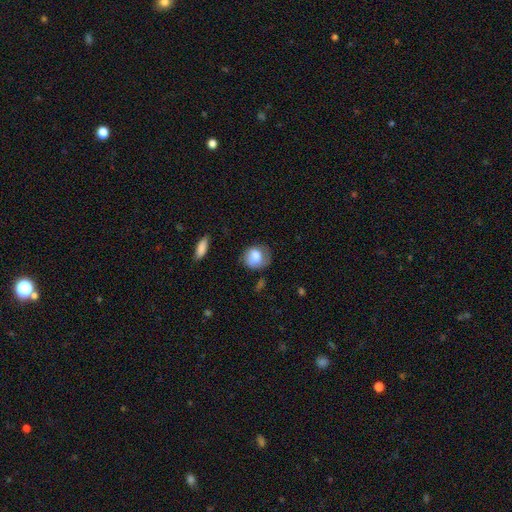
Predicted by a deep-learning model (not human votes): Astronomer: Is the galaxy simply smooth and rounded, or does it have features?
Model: smooth — 74%.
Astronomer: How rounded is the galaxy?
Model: round — 70%.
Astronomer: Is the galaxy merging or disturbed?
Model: none — 60%.